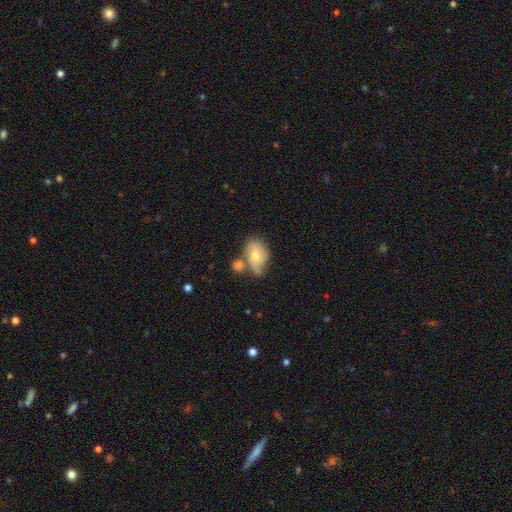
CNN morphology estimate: Smooth or featured?
  - smooth: 55% *
  - featured or disk: 38%
  - star or artifact: 8%
How rounded?
  - in between: 80% *
  - round: 18%
  - cigar-shaped: 2%
Merging?
  - none: 31% * (tied)
  - merger: 31% * (tied)
  - minor disturbance: 24%
  - major disturbance: 14%